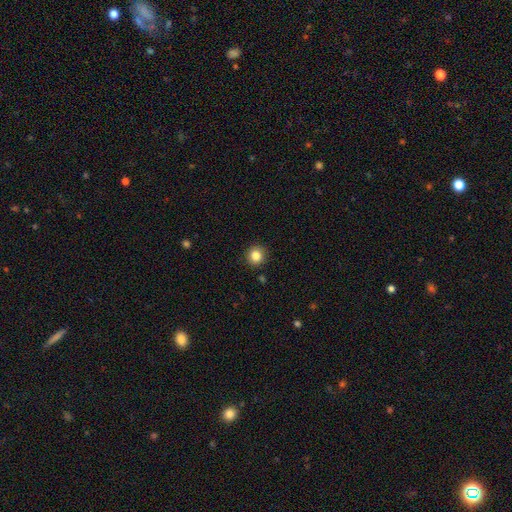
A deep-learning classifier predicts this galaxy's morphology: smooth 84%, star or artifact 11%, featured or disk 5%. Down the decision tree: how rounded — round (93%); merging — none (92%).